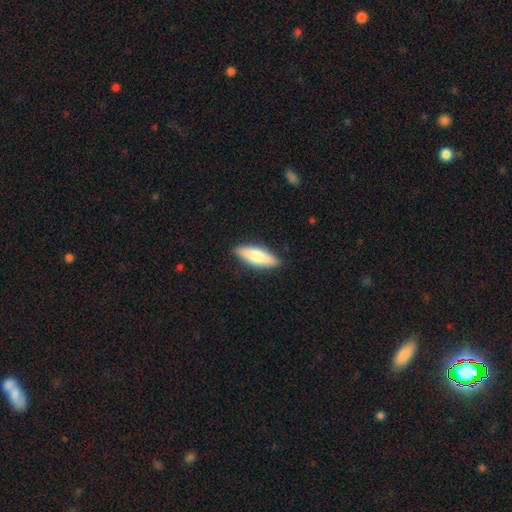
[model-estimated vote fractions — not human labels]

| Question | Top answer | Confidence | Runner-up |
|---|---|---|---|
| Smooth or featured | smooth | 74% | featured or disk (20%) |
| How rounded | cigar-shaped | 50% | in between (48%) |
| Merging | none | 88% | minor disturbance (9%) |